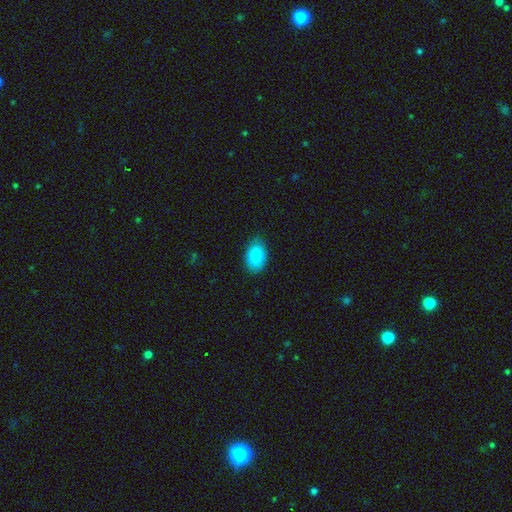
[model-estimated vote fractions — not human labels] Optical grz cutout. It shows a smooth galaxy with no disk features (85%) that is in between round and cigar-shaped (89%). Merging: none (83%).